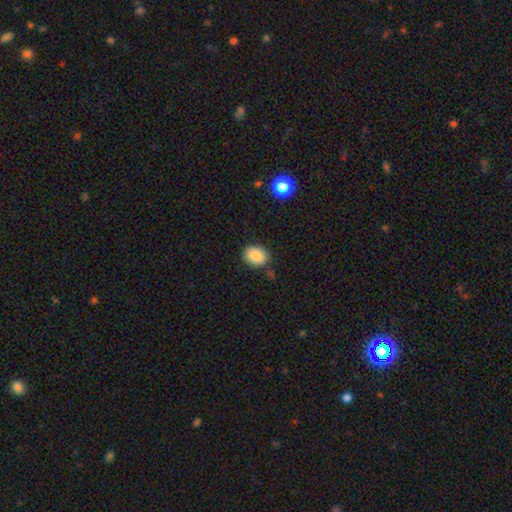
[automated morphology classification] This appears to be a smooth galaxy with no disk features (86%) that is in between round and cigar-shaped (60%). Merging: none (81%).